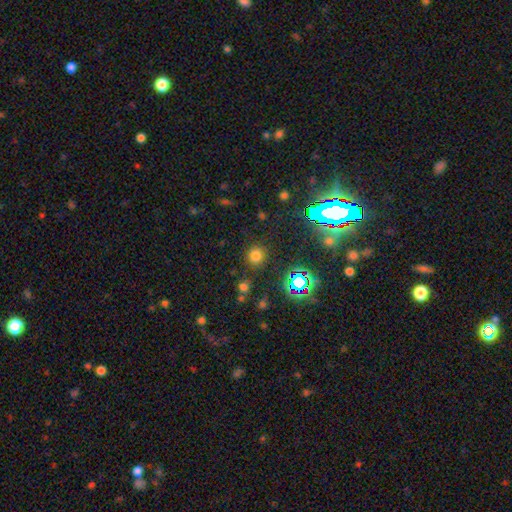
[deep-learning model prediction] Smooth or featured?
  - smooth: 70% *
  - star or artifact: 24%
  - featured or disk: 6%
How rounded?
  - round: 88% *
  - in between: 11%
  - cigar-shaped: 1%
Merging?
  - none: 86% *
  - minor disturbance: 7%
  - major disturbance: 4%
  - merger: 3%